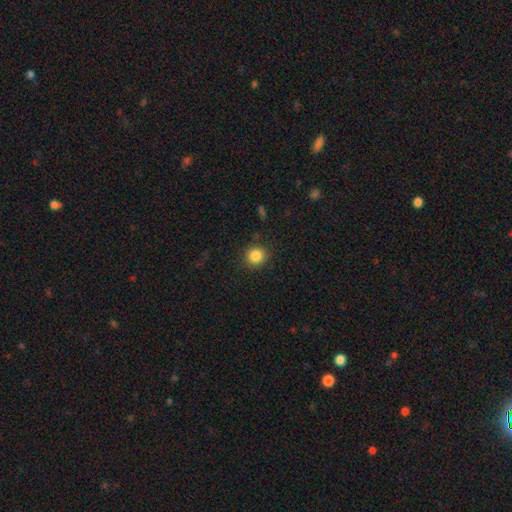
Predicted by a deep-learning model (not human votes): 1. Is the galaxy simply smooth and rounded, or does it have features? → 85% smooth, 11% star or artifact, 4% featured or disk.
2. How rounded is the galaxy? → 90% round, 9% in between, 1% cigar-shaped.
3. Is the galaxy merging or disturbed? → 89% none, 7% minor disturbance, 3% major disturbance, 1% merger.